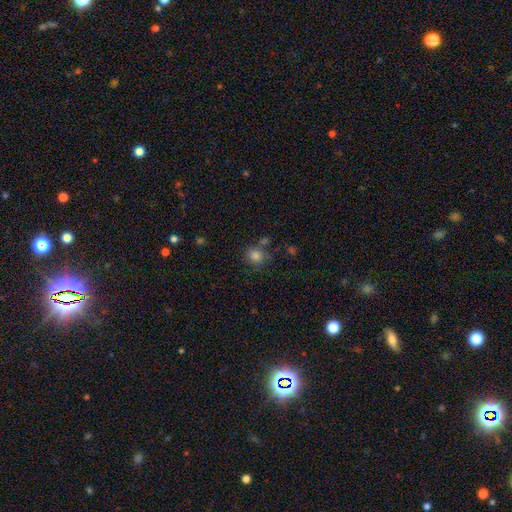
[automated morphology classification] A smooth galaxy with no disk features (80%) that is round (82%).

Vote fractions:
- Smooth or featured? smooth: 80% / star or artifact: 13% / featured or disk: 7%
- How rounded? round: 82% / in between: 17% / cigar-shaped: 1%
- Merging? none: 65% / minor disturbance: 17% / merger: 12% / major disturbance: 7%